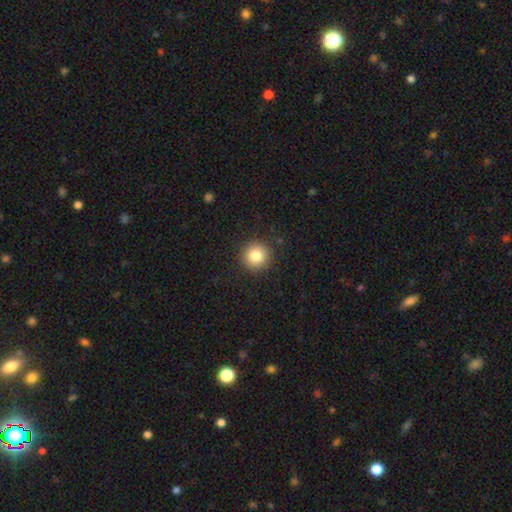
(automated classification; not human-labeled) This is clearly a smooth galaxy (83%). How rounded: clearly round (95%). Merging: clearly none (91%).